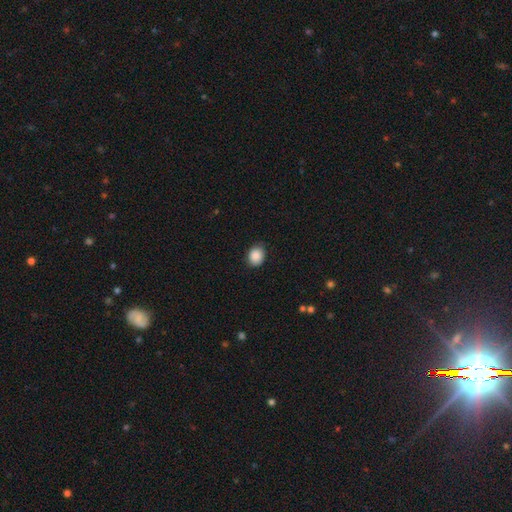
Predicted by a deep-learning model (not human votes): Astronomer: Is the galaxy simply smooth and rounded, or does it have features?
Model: smooth — 89%.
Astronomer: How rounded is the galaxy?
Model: round — 59% (runner-up: in between, 41%).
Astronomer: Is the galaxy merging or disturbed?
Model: none — 85%.